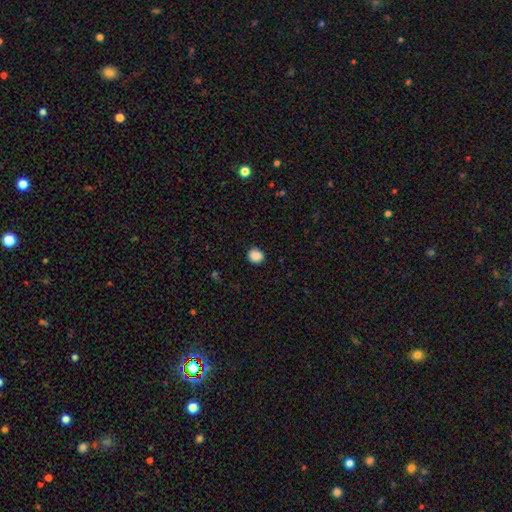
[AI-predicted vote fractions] smooth-or-featured: smooth: 88% | star or artifact: 9% | featured or disk: 3%
  how-rounded: round: 80% | in between: 19% | cigar-shaped: 1%
  merging: none: 90% | minor disturbance: 7% | major disturbance: 2% | merger: 1%